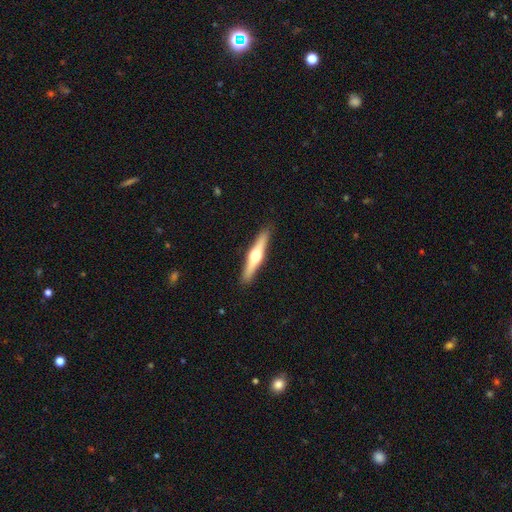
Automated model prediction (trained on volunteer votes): This is likely a featured or disk galaxy (65%). It is clearly viewed edge-on (97%). Edge-on bulge: clearly rounded (95%). Merging: clearly none (91%).